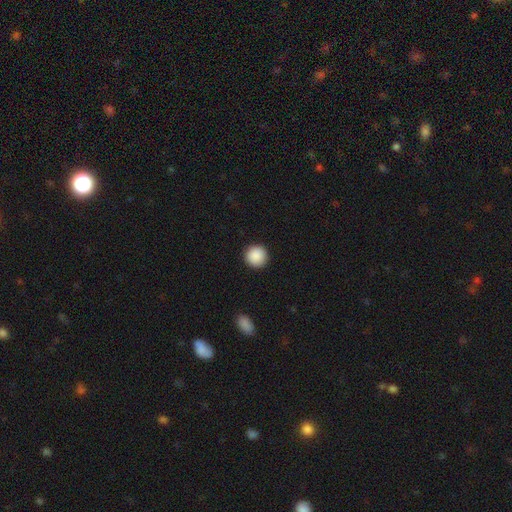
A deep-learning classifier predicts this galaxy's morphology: type=smooth (90%); roundness=round (96%); merging=none (93%).